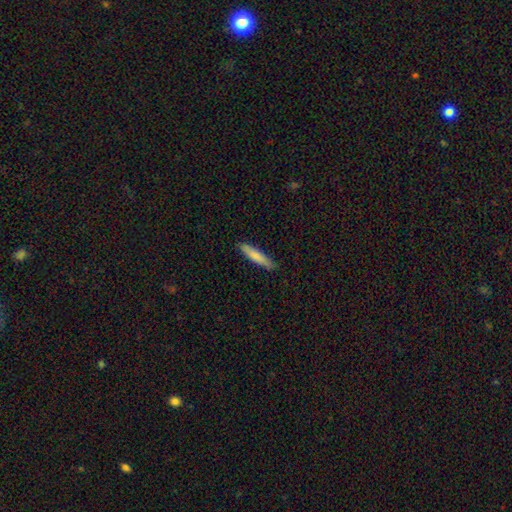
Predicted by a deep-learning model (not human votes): smooth-or-featured: smooth: 80% | featured or disk: 14% | star or artifact: 5%
  how-rounded: cigar-shaped: 88% | in between: 11% | round: 1%
  merging: none: 89% | minor disturbance: 9% | major disturbance: 2% | merger: 1%